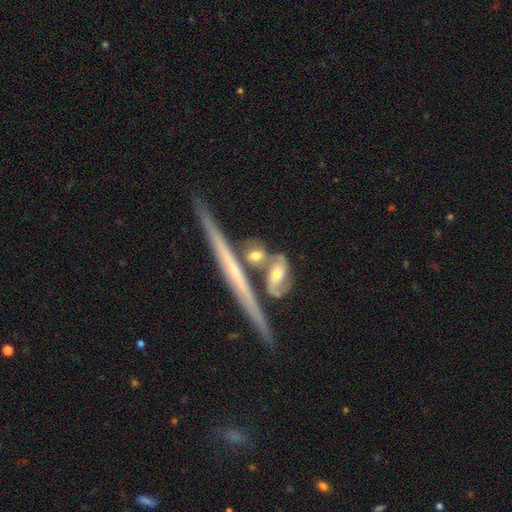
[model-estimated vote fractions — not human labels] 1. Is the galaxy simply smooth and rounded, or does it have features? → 53% smooth, 39% featured or disk, 8% star or artifact.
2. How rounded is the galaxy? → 47% cigar-shaped, 33% in between, 20% round.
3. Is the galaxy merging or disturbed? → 54% none, 22% merger, 17% minor disturbance, 7% major disturbance.